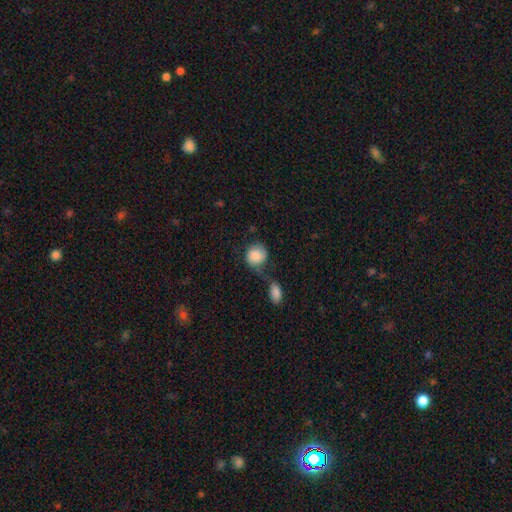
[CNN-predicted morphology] type=smooth (83%); roundness=round (78%); merging=none (41%).